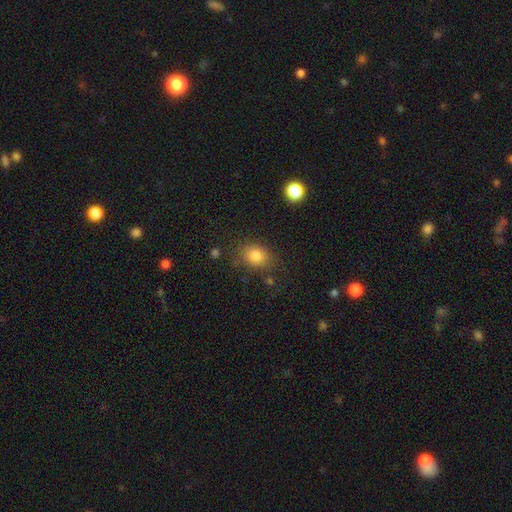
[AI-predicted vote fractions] The model was most divided on "how rounded": in between: 54%, round: 45%, cigar-shaped: 1%. More confident: smooth or featured — smooth (82%); merging — none (76%).